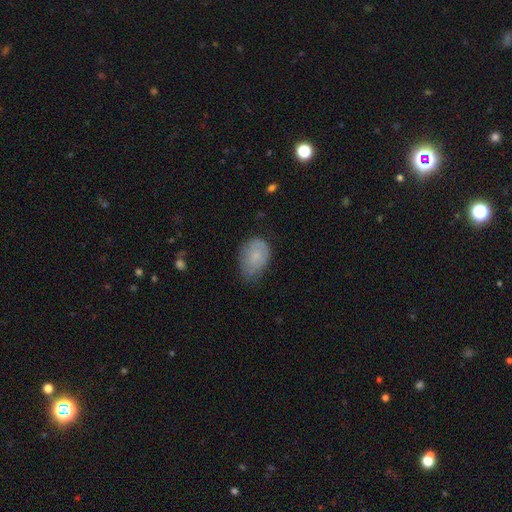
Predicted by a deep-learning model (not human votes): smooth_or_featured: smooth (p=0.71) [alt: featured or disk p=0.22]
how_rounded: in between (p=0.77) [alt: round p=0.22]
merging: none (p=0.45) [alt: minor disturbance p=0.41]